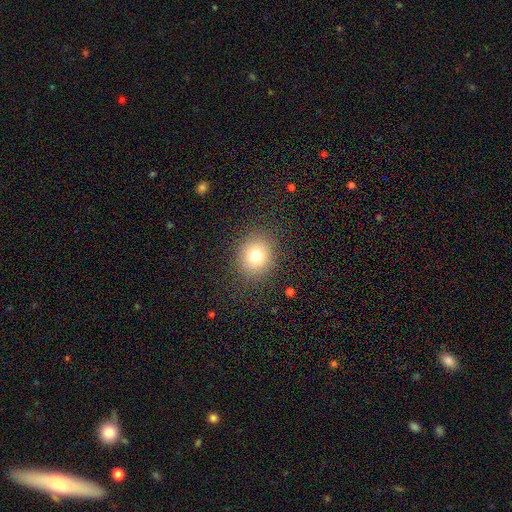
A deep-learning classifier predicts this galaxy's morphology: Smooth or featured: smooth — 76% (star or artifact — 13%)
How rounded: round — 75% (in between — 24%)
Merging: none — 86% (minor disturbance — 8%)